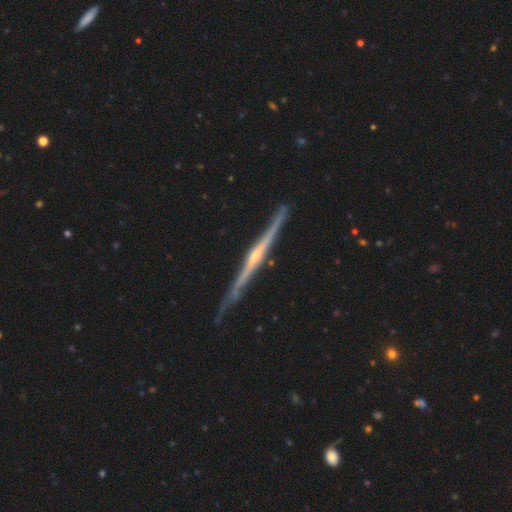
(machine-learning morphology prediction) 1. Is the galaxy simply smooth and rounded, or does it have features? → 87% featured or disk, 8% smooth, 5% star or artifact.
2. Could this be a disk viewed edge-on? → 98% yes, 2% no.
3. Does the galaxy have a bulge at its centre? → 73% rounded, 21% none, 7% boxy.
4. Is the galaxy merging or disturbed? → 83% none, 13% minor disturbance, 2% major disturbance, 2% merger.